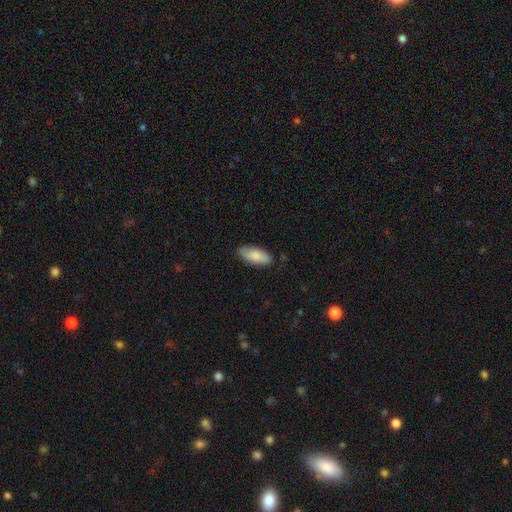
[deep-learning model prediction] This is clearly a smooth galaxy (83%). How rounded: clearly in between (81%). Merging: clearly none (81%).